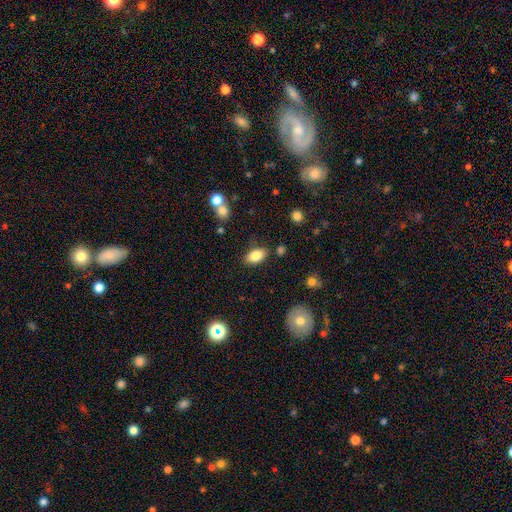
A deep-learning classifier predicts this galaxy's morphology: smooth-or-featured: smooth: 82% | featured or disk: 10% | star or artifact: 8%
  how-rounded: in between: 91% | round: 6% | cigar-shaped: 3%
  merging: none: 81% | minor disturbance: 12% | merger: 4% | major disturbance: 3%